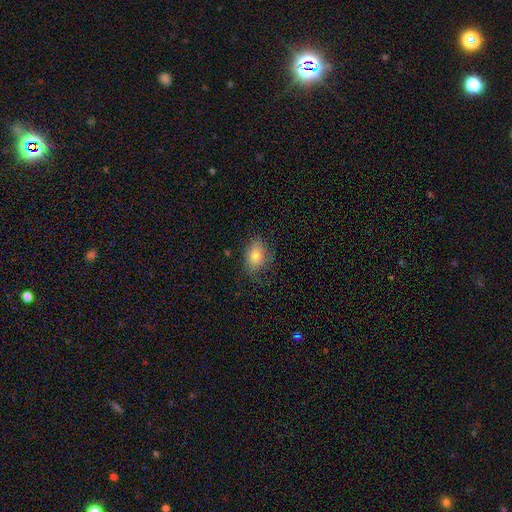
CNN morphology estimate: Overall: smooth (77%). How rounded: in between (84%). Merging: none (70%).